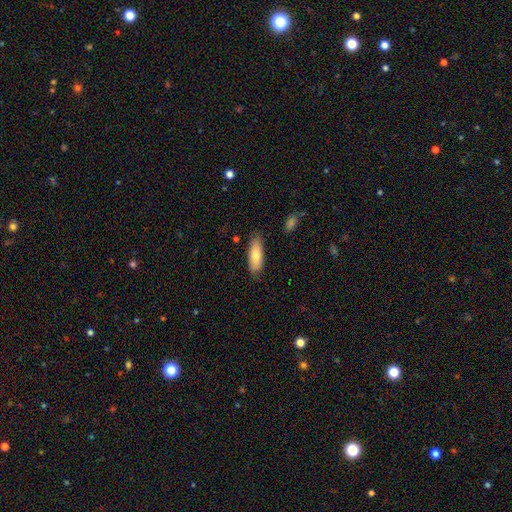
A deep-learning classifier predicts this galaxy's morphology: smooth 78%, featured or disk 16%, star or artifact 6%. Down the decision tree: how rounded — in between (66%); merging — none (83%).